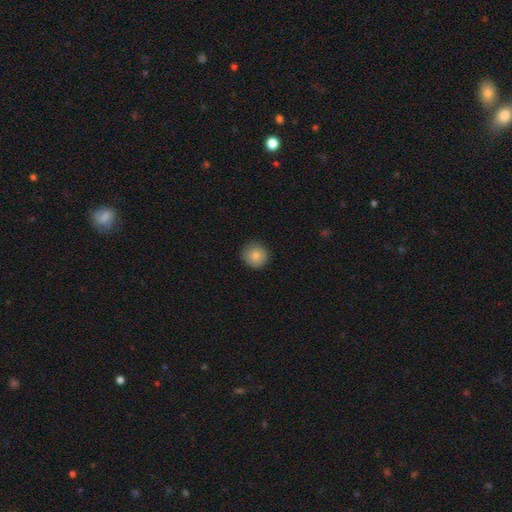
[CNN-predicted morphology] A smooth galaxy with no disk features (85%) that is round (93%).

Vote fractions:
- Smooth or featured? smooth: 85% / star or artifact: 8% / featured or disk: 7%
- How rounded? round: 93% / in between: 6% / cigar-shaped: 1%
- Merging? none: 87% / minor disturbance: 10% / major disturbance: 2% / merger: 1%